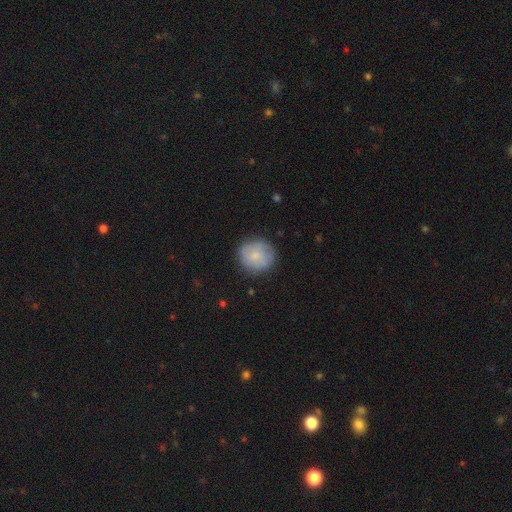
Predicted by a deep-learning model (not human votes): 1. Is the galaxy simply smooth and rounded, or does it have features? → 73% smooth, 21% featured or disk, 7% star or artifact.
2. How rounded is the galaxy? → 91% round, 8% in between, 1% cigar-shaped.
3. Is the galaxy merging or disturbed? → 81% none, 14% minor disturbance, 4% major disturbance, 1% merger.